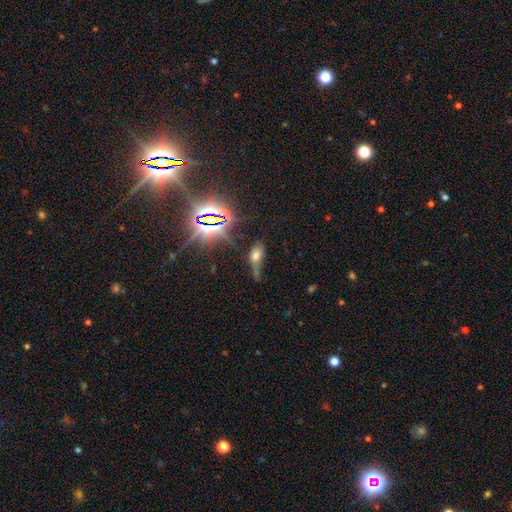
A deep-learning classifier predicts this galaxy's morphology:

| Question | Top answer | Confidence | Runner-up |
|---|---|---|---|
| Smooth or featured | smooth | 52% | star or artifact (29%) |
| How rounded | in between | 78% | cigar-shaped (12%) |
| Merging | none | 36% | minor disturbance (27%) |